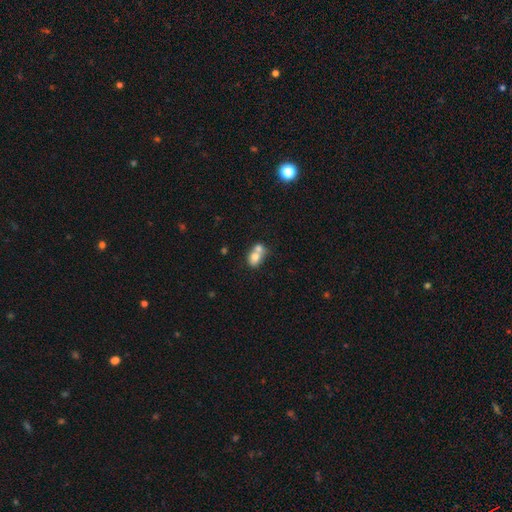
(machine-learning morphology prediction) Smooth or featured?
  - smooth: 72% *
  - featured or disk: 18%
  - star or artifact: 9%
How rounded?
  - in between: 51% *
  - round: 48%
  - cigar-shaped: 1%
Merging?
  - merger: 67% *
  - none: 23%
  - minor disturbance: 7%
  - major disturbance: 3%